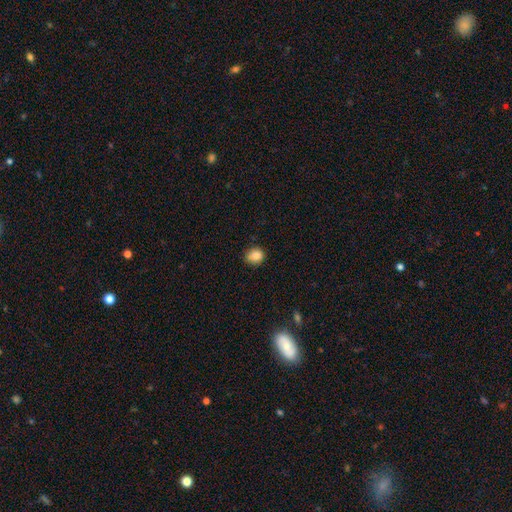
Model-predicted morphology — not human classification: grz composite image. It shows a smooth galaxy with no disk features (86%) that is round (66%). Merging: none (72%).